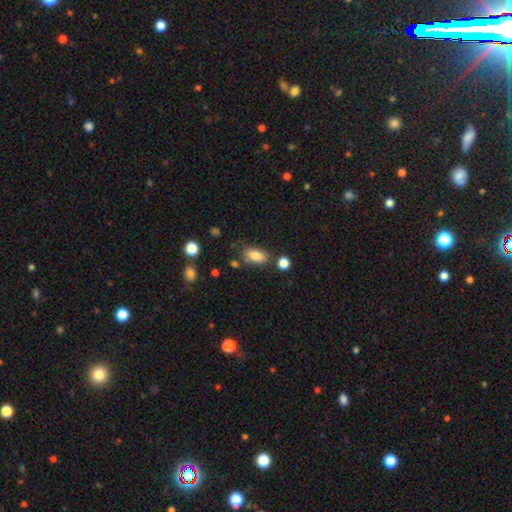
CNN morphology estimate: This is clearly a smooth galaxy (82%). How rounded: clearly in between (87%). Merging: likely none (69%).